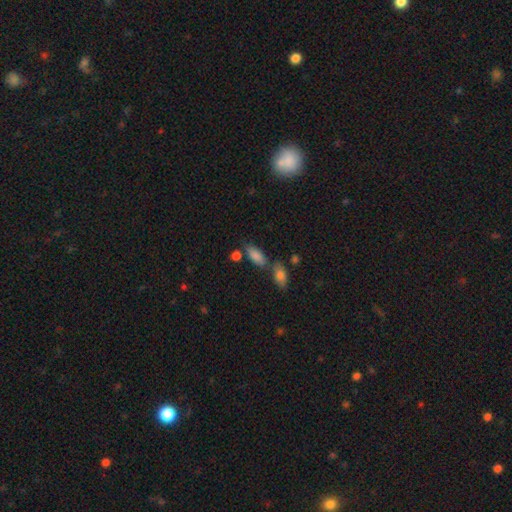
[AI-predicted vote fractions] Q: Smooth or featured?
A: smooth (78%); runner-up: star or artifact (12%)
Q: How rounded?
A: in between (81%); runner-up: cigar-shaped (15%)
Q: Merging?
A: none (62%); runner-up: merger (19%)